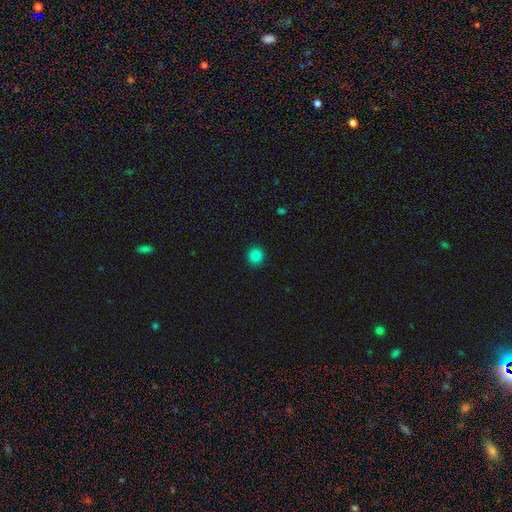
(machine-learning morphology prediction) Smooth or featured: smooth — 85% (star or artifact — 12%)
How rounded: round — 92% (in between — 8%)
Merging: none — 92% (minor disturbance — 5%)